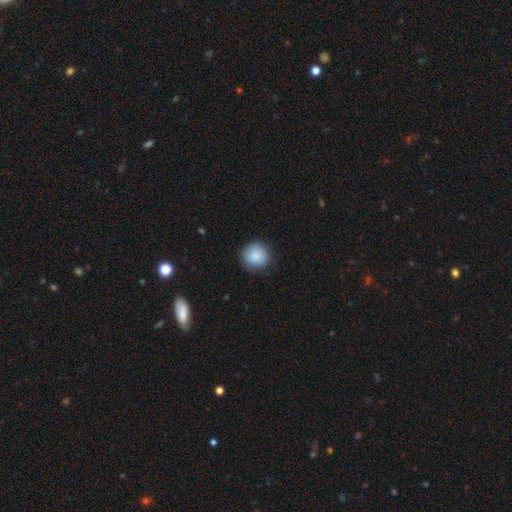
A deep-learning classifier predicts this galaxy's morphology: A smooth galaxy with no disk features (88%) that is round (92%). Merging: none (88%).